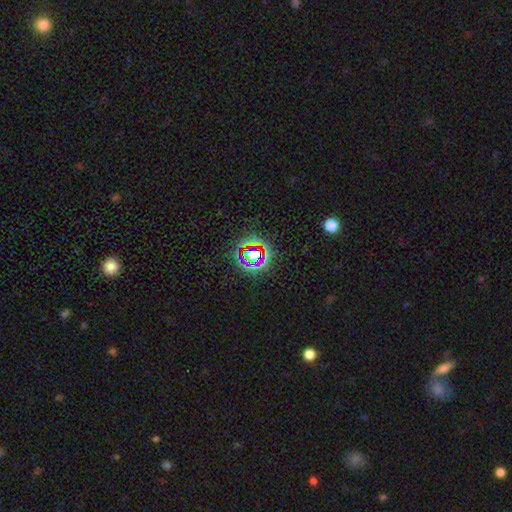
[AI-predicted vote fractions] Morphology: type=star or artifact (68%).